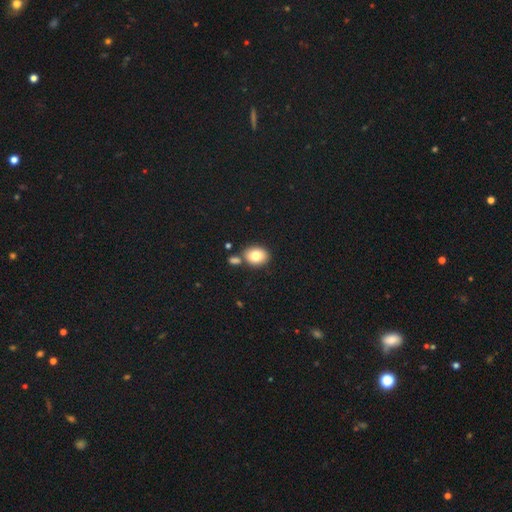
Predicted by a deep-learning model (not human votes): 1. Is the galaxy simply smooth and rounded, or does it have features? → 79% smooth, 11% featured or disk, 9% star or artifact.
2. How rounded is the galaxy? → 51% in between, 48% round, 1% cigar-shaped.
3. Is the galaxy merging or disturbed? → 69% none, 17% merger, 11% minor disturbance, 3% major disturbance.